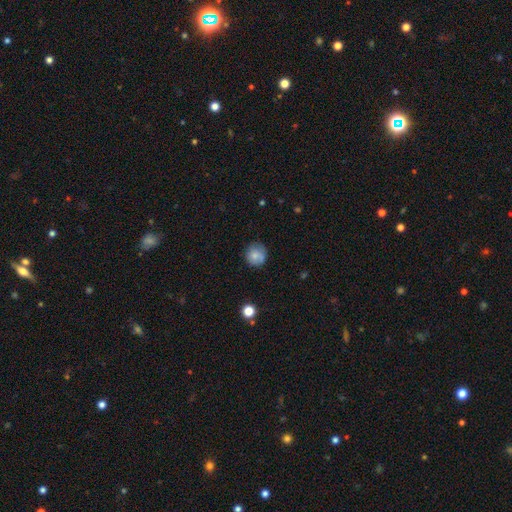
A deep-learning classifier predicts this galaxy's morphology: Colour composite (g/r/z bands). It shows a smooth galaxy with no disk features (76%) that is round (89%). Merging: none (73%).